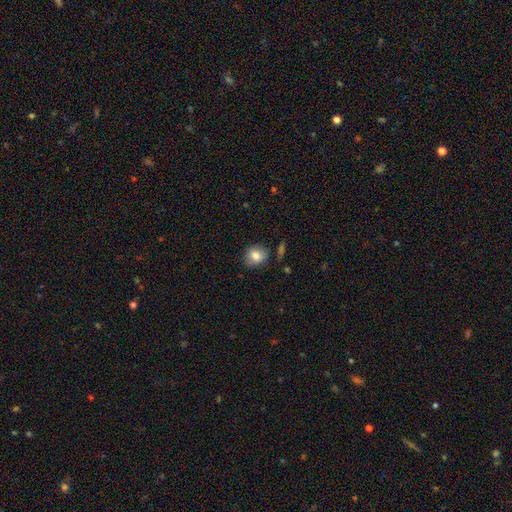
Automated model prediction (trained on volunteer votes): Overall: smooth (81%). How rounded: round (71%). Merging: none (79%).